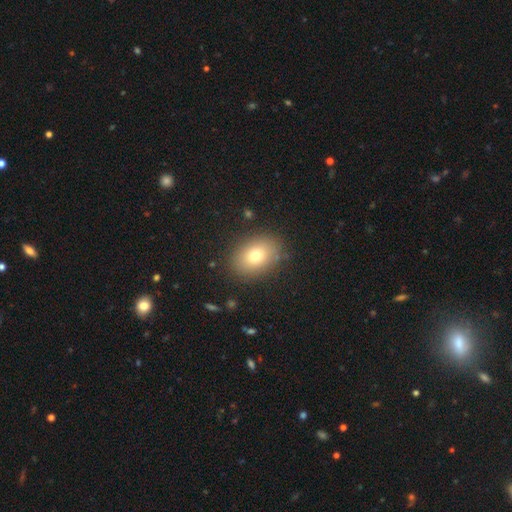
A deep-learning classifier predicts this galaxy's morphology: smooth_or_featured: smooth (p=0.75) [alt: featured or disk p=0.14]
how_rounded: in between (p=0.74) [alt: round p=0.25]
merging: none (p=0.87) [alt: minor disturbance p=0.09]